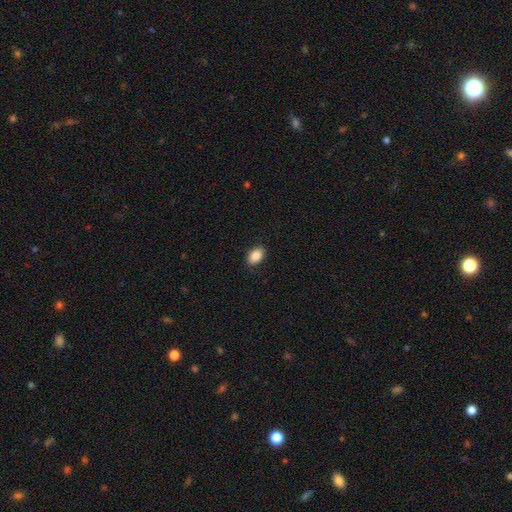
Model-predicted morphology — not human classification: Smooth or featured: smooth — 89% (star or artifact — 7%)
How rounded: in between — 87% (round — 11%)
Merging: none — 88% (minor disturbance — 9%)